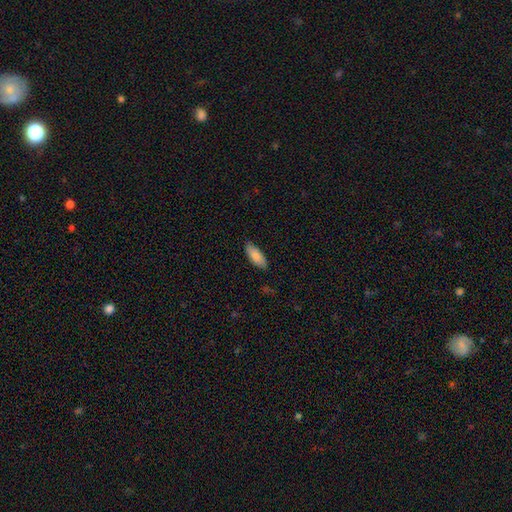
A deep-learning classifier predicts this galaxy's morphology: A smooth galaxy with no disk features (87%) that is in between round and cigar-shaped (77%). Merging: none (85%).